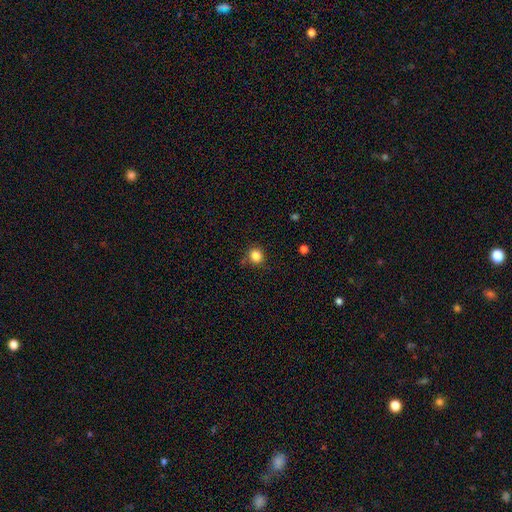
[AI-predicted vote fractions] smooth-or-featured: smooth: 84% | star or artifact: 12% | featured or disk: 4%
  how-rounded: round: 90% | in between: 9% | cigar-shaped: 1%
  merging: none: 82% | minor disturbance: 12% | merger: 3% | major disturbance: 3%